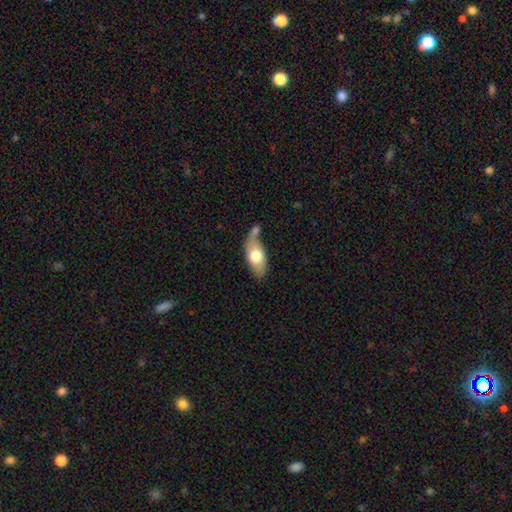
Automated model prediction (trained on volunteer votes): This is likely a smooth galaxy (64%). How rounded: clearly in between (87%). Merging: marginally none (43%).